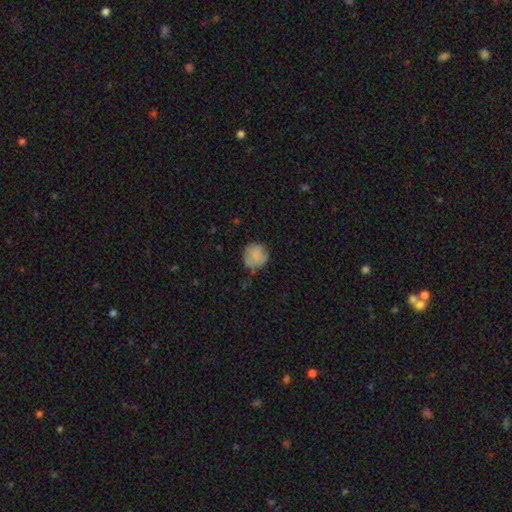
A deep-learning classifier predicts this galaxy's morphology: Smooth or featured: smooth — 75% (featured or disk — 16%)
How rounded: round — 86% (in between — 13%)
Merging: none — 58% (minor disturbance — 30%)